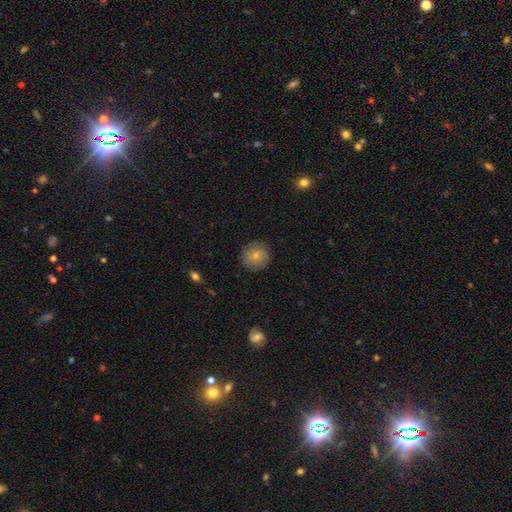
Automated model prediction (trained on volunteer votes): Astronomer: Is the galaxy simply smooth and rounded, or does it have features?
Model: smooth — 77%.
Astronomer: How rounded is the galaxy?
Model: round — 93%.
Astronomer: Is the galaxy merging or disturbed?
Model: none — 87%.